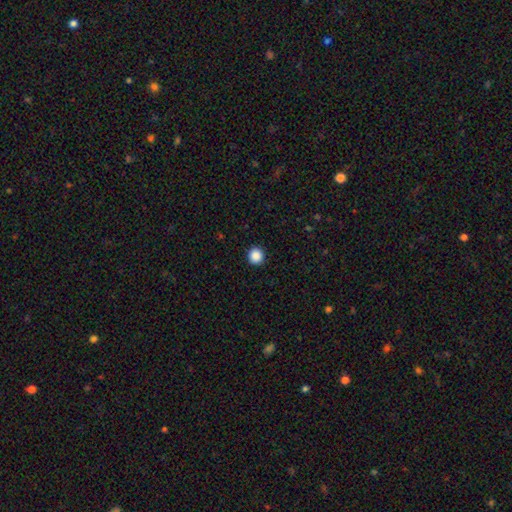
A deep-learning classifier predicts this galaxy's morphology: type=smooth (88%); roundness=round (94%); merging=none (93%).